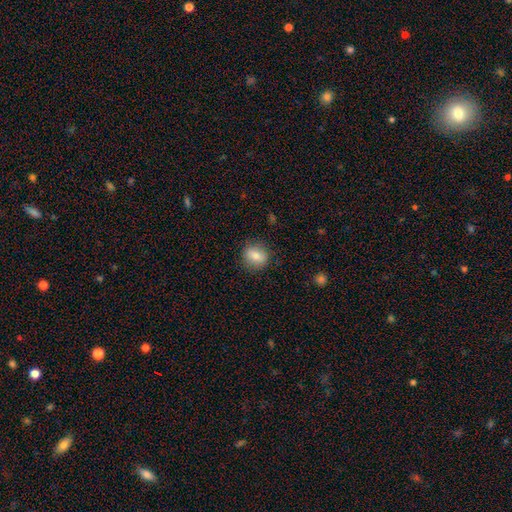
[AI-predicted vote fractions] smooth 78%, featured or disk 13%, star or artifact 9%. Down the decision tree: how rounded — round (67%); merging — none (84%).